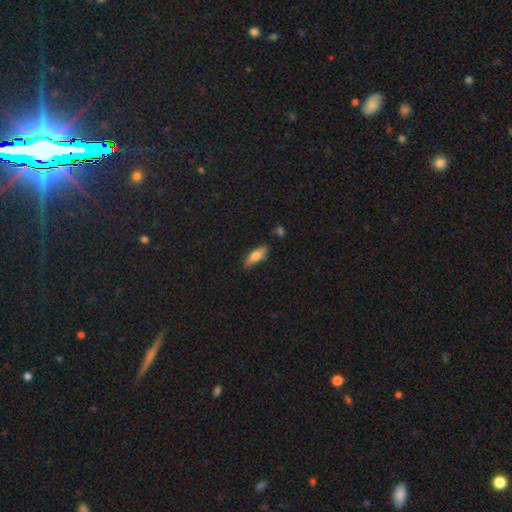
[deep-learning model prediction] smooth_or_featured: smooth (p=0.69) [alt: featured or disk p=0.24]
how_rounded: in between (p=0.57) [alt: cigar-shaped p=0.40]
merging: none (p=0.77) [alt: minor disturbance p=0.17]